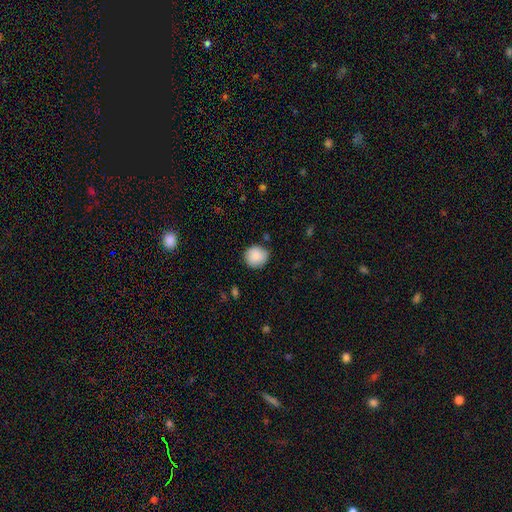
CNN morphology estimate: Smooth or featured? Predicted: smooth (p=0.88). How rounded? Predicted: round (p=0.91). Merging? Predicted: none (p=0.84).